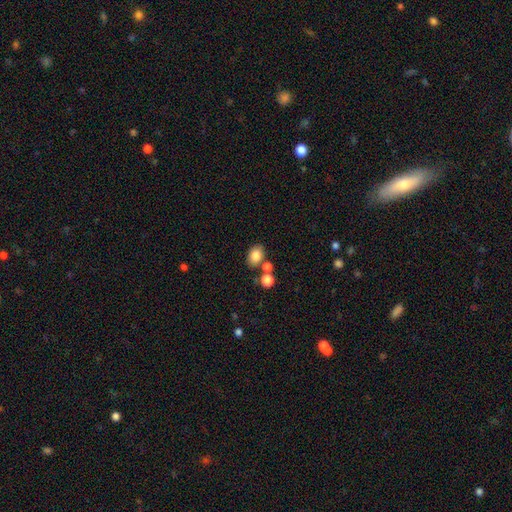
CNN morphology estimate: smooth_or_featured: smooth (p=0.83) [alt: star or artifact p=0.10]
how_rounded: in between (p=0.71) [alt: round p=0.27]
merging: none (p=0.70) [alt: merger p=0.15]